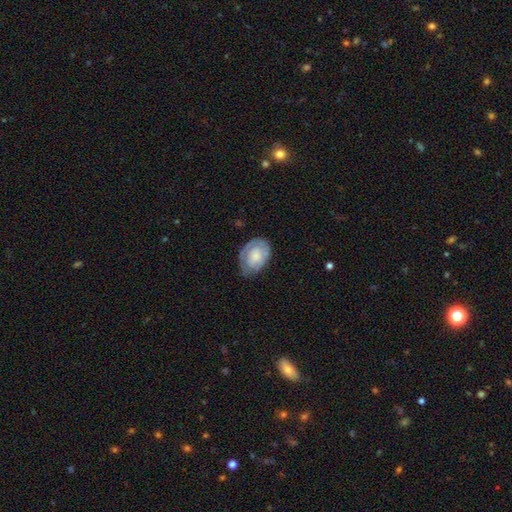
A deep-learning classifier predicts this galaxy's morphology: Smooth or featured: smooth — 49% (featured or disk — 44%)
Merging: none — 61% (minor disturbance — 28%)